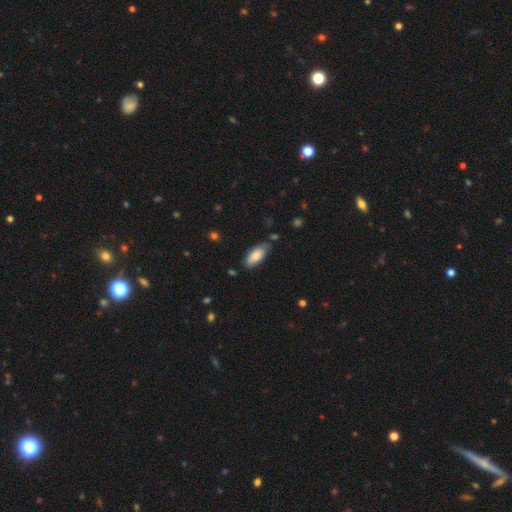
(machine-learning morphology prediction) This is clearly a smooth galaxy (81%). How rounded: clearly in between (84%). Merging: likely none (72%).